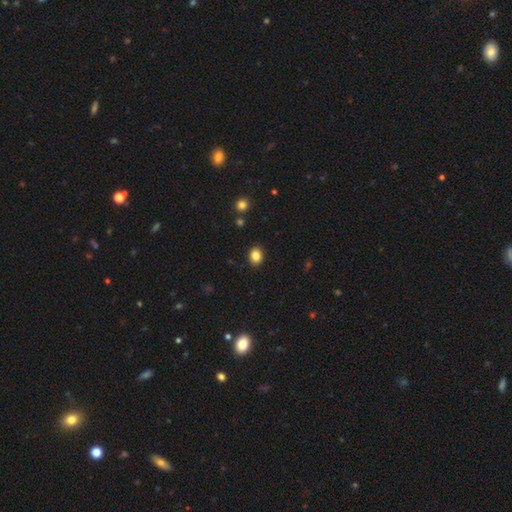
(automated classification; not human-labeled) smooth 85%, star or artifact 10%, featured or disk 5%. Down the decision tree: how rounded — in between (54%); merging — none (89%).